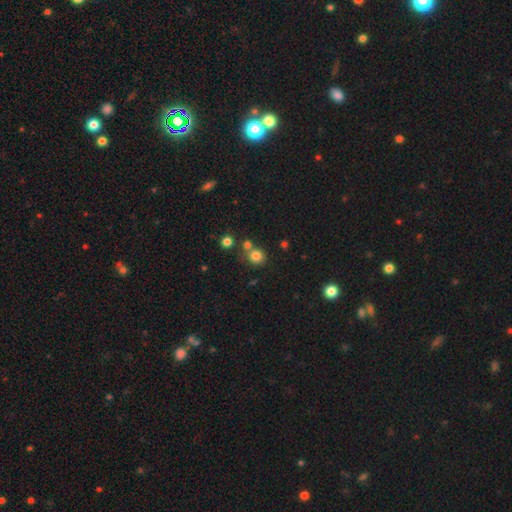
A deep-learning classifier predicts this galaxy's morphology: Overall: smooth (80%). How rounded: round (83%). Merging: none (64%).